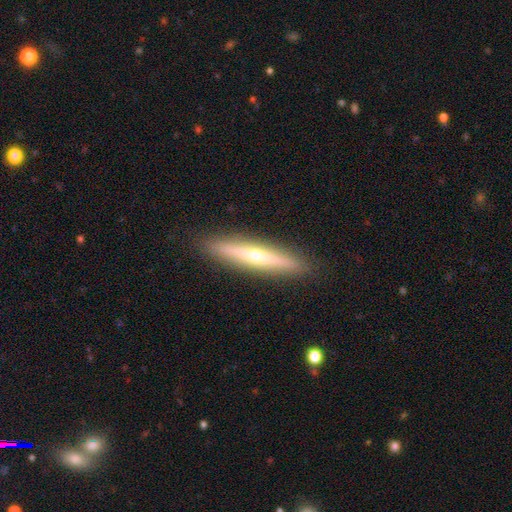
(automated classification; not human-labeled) Morphology: type=featured or disk (61%); edge-on=yes (95%); edge-on bulge=rounded (82%); merging=none (92%).